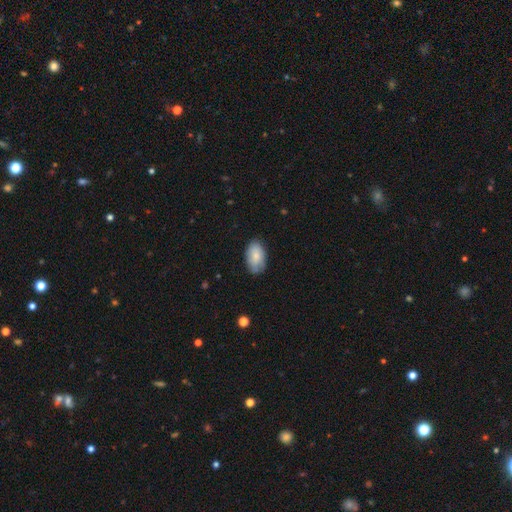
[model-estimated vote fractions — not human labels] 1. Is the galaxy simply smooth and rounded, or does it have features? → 81% smooth, 13% featured or disk, 6% star or artifact.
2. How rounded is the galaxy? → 94% in between, 5% round, 1% cigar-shaped.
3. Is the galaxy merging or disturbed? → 78% none, 18% minor disturbance, 3% major disturbance, 1% merger.